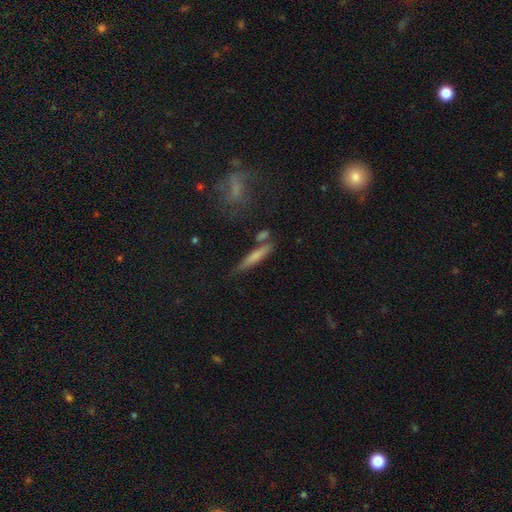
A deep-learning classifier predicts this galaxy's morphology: A smooth galaxy with no disk features (68%) that is cigar-shaped (88%).

Vote fractions:
- Smooth or featured? smooth: 68% / featured or disk: 24% / star or artifact: 8%
- How rounded? cigar-shaped: 88% / in between: 9% / round: 2%
- Merging? none: 72% / minor disturbance: 14% / merger: 10% / major disturbance: 4%